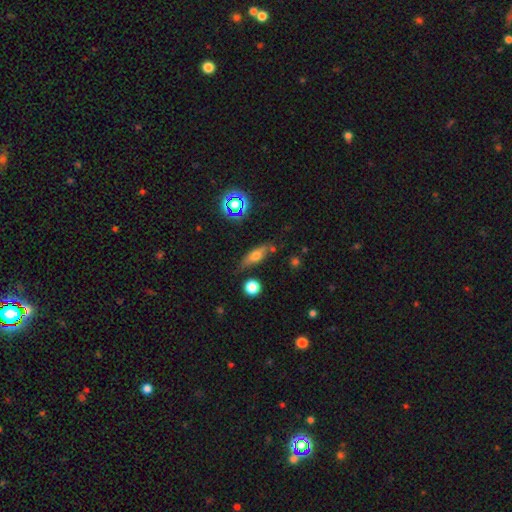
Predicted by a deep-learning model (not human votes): Q: Smooth or featured?
A: smooth (57%); runner-up: featured or disk (32%)
Q: How rounded?
A: in between (53%); runner-up: cigar-shaped (40%)
Q: Merging?
A: none (71%); runner-up: minor disturbance (19%)